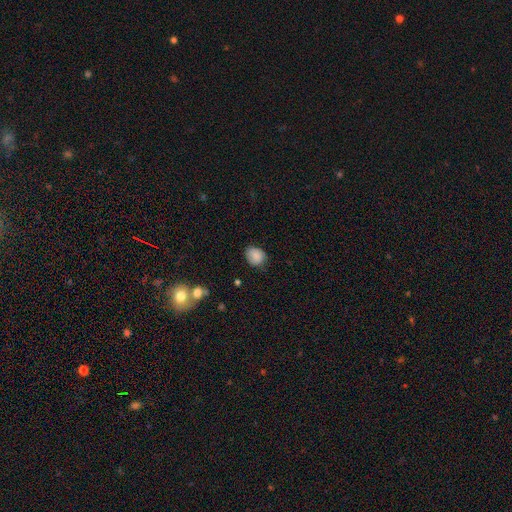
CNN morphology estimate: A smooth galaxy with no disk features (83%) that is round (58%).

Vote fractions:
- Smooth or featured? smooth: 83% / featured or disk: 8% / star or artifact: 8%
- How rounded? round: 58% / in between: 41% / cigar-shaped: 1%
- Merging? none: 72% / minor disturbance: 22% / major disturbance: 4% / merger: 2%